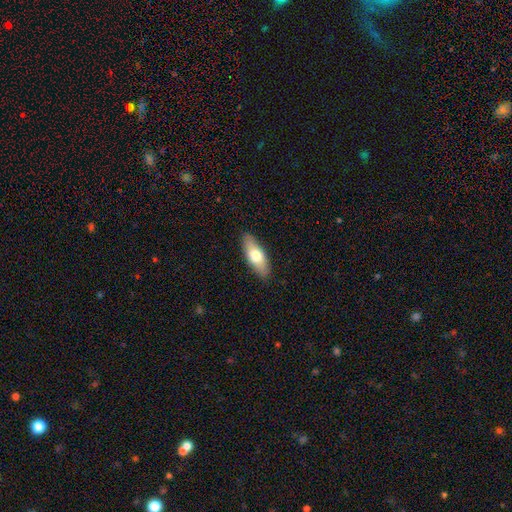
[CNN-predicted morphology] This is likely a smooth galaxy (68%). How rounded: likely in between (70%). Merging: clearly none (88%).